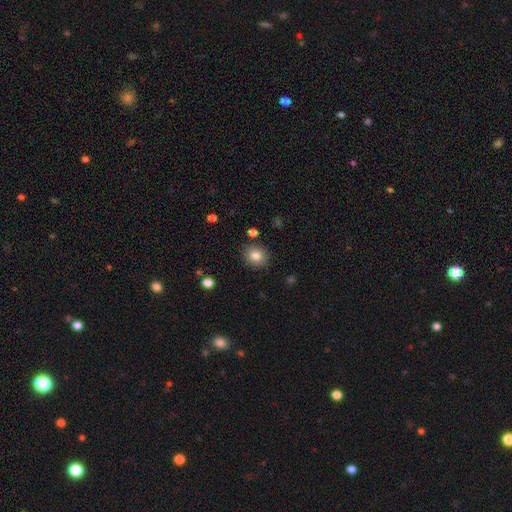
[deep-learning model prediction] This is clearly a smooth galaxy (82%). How rounded: likely round (76%). Merging: clearly none (87%).